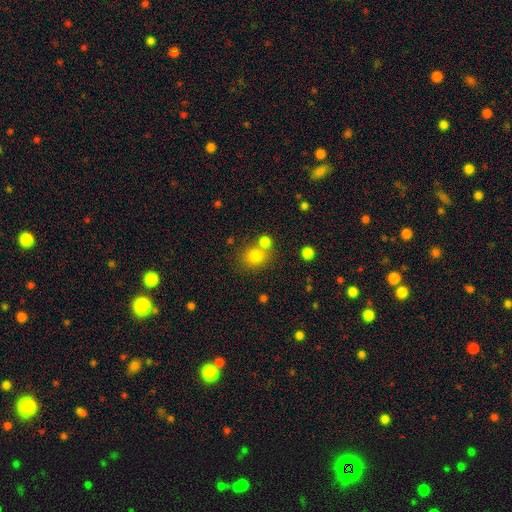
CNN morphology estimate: Overall: smooth (79%). How rounded: round (79%). Merging: none (58%; merger 30%).